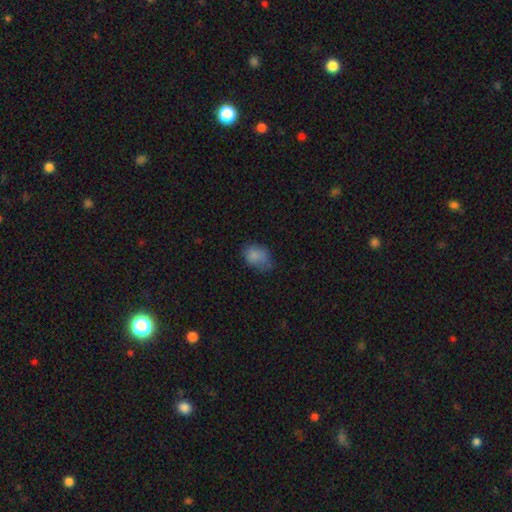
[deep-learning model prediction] Smooth or featured: smooth — 82% (star or artifact — 10%)
How rounded: in between — 75% (round — 24%)
Merging: none — 47% (minor disturbance — 36%)